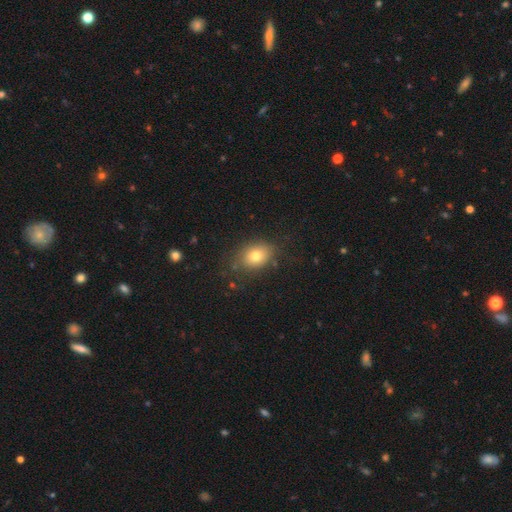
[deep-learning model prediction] Q: Smooth or featured?
A: smooth (76%); runner-up: featured or disk (12%)
Q: How rounded?
A: in between (64%); runner-up: round (35%)
Q: Merging?
A: none (77%); runner-up: minor disturbance (16%)